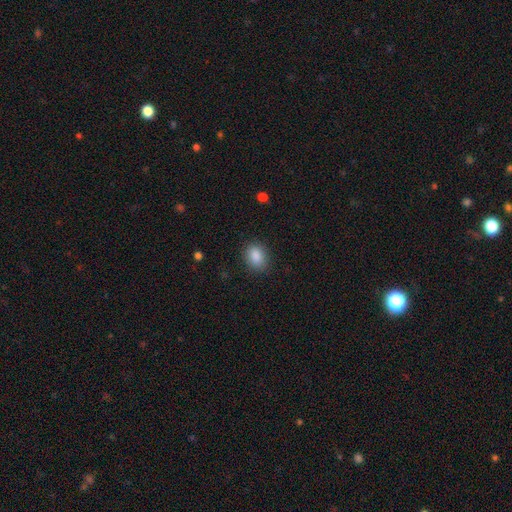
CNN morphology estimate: Smooth or featured? Predicted: smooth (p=0.88). How rounded? Predicted: in between (p=0.64). Merging? Predicted: none (p=0.85).